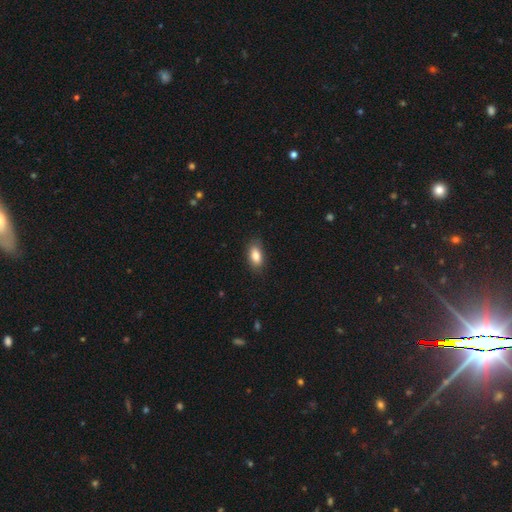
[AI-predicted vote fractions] Q: Smooth or featured?
A: smooth (85%); runner-up: featured or disk (8%)
Q: How rounded?
A: in between (89%); runner-up: round (6%)
Q: Merging?
A: none (84%); runner-up: minor disturbance (12%)